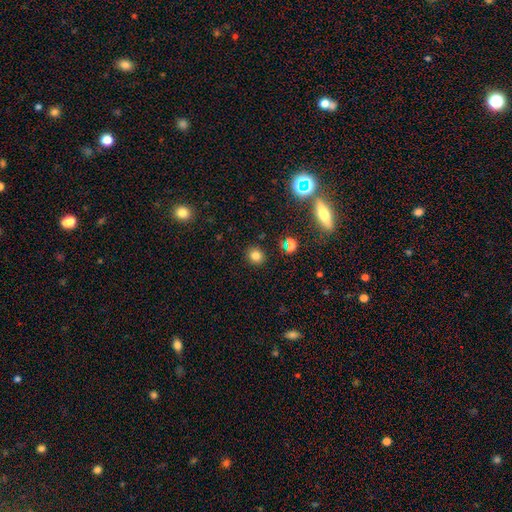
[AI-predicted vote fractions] Smooth or featured? smooth (79%)
How rounded? round (82%)
Merging? none (90%)